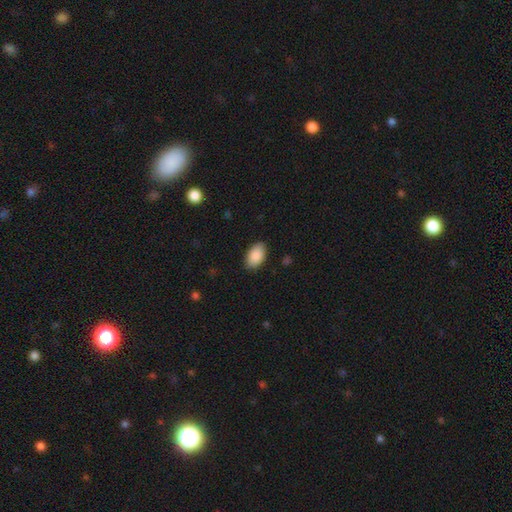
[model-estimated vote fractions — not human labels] Smooth or featured: smooth — 90% (star or artifact — 6%)
How rounded: in between — 93% (round — 5%)
Merging: none — 87% (minor disturbance — 10%)